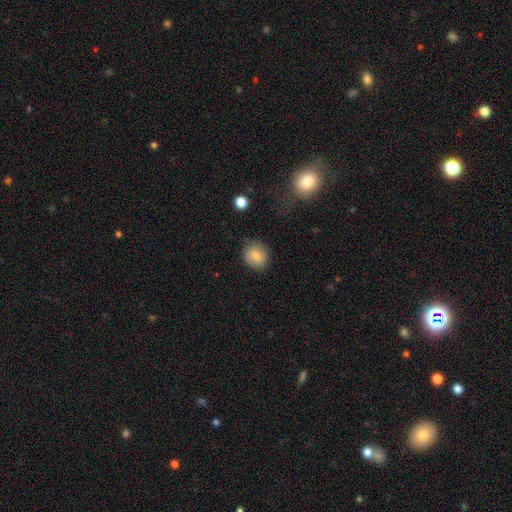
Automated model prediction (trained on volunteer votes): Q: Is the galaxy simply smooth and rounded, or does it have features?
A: smooth — 79%.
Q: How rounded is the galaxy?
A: round — 67%.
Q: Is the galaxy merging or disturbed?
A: none — 76%.